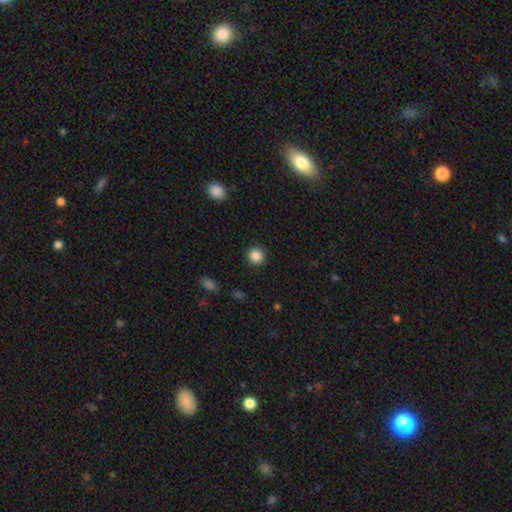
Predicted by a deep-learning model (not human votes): Smooth or featured? Predicted: smooth (p=0.86). How rounded? Predicted: round (p=0.94). Merging? Predicted: none (p=0.92).